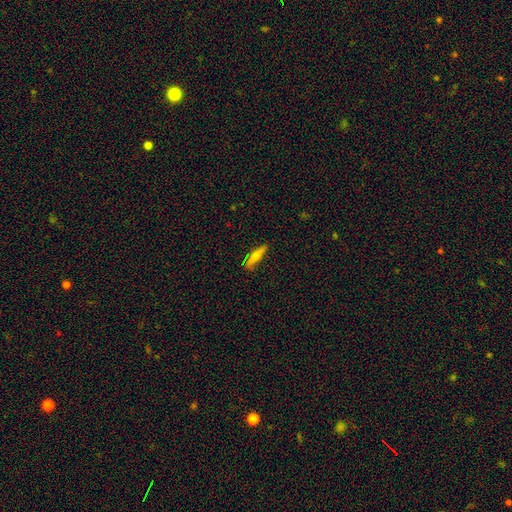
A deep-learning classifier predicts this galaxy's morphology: Q: Smooth or featured?
A: smooth (61%); runner-up: featured or disk (31%)
Q: How rounded?
A: cigar-shaped (80%); runner-up: in between (18%)
Q: Merging?
A: none (79%); runner-up: minor disturbance (16%)